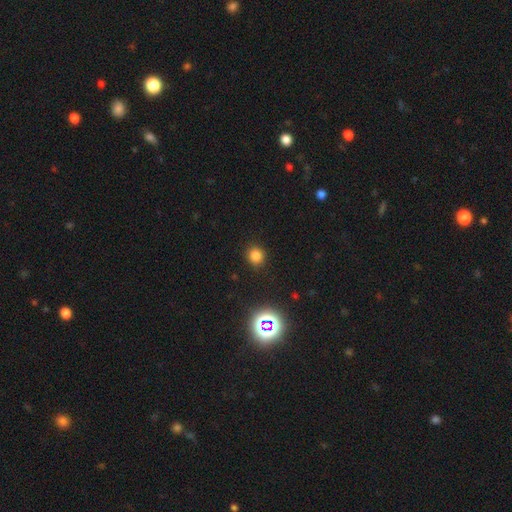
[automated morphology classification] Q: Smooth or featured?
A: smooth (78%); runner-up: star or artifact (18%)
Q: How rounded?
A: round (89%); runner-up: in between (10%)
Q: Merging?
A: none (90%); runner-up: minor disturbance (6%)